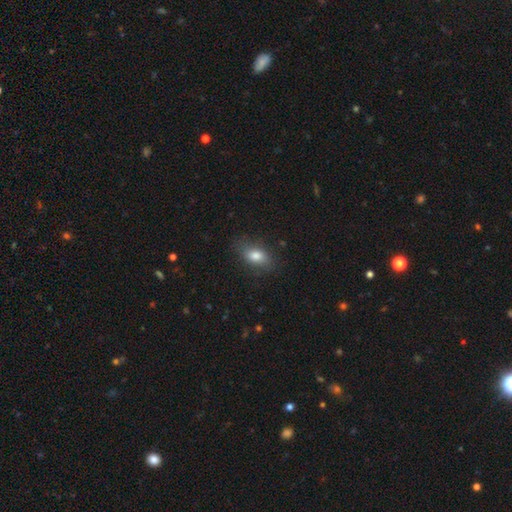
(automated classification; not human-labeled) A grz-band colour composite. It shows a smooth galaxy with no disk features (80%) that is in between round and cigar-shaped (84%). Merging: none (78%).